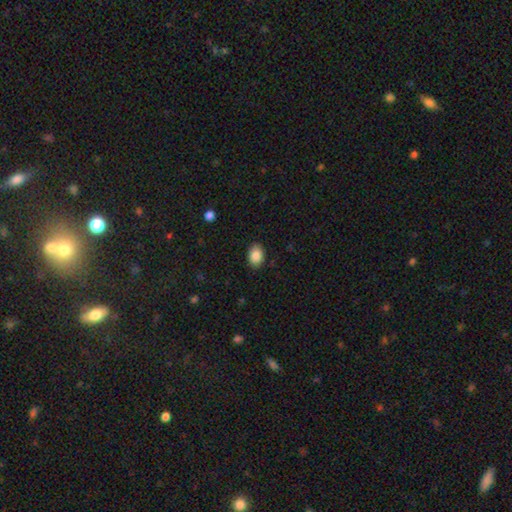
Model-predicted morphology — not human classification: Overall: smooth (87%). How rounded: in between (76%). Merging: none (88%).